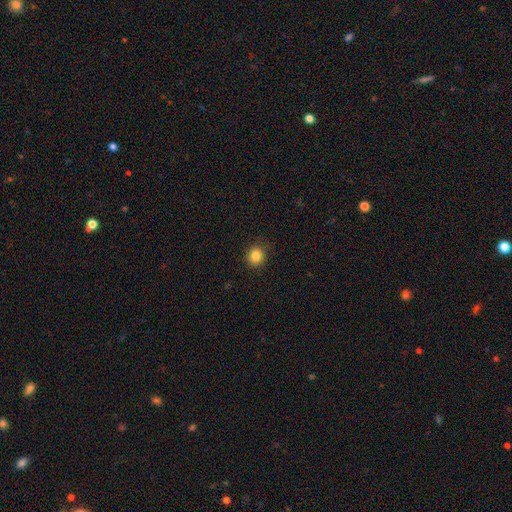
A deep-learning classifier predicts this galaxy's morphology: Smooth or featured?
  - smooth: 84% *
  - star or artifact: 11%
  - featured or disk: 5%
How rounded?
  - round: 88% *
  - in between: 11%
  - cigar-shaped: 1%
Merging?
  - none: 89% *
  - minor disturbance: 8%
  - major disturbance: 2%
  - merger: 1%